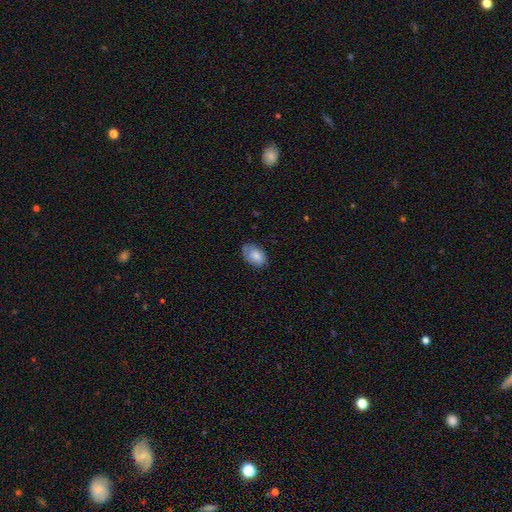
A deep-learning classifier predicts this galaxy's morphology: This appears to be a smooth galaxy with no disk features (79%) that is in between round and cigar-shaped (88%). Merging: none (70%).